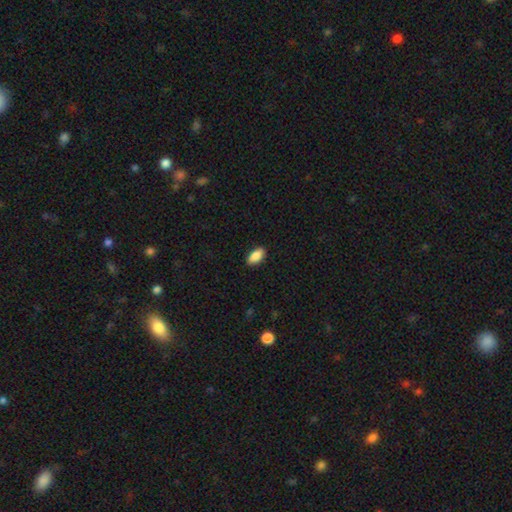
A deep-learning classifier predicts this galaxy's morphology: Q: Smooth or featured?
A: smooth (88%); runner-up: star or artifact (7%)
Q: How rounded?
A: in between (91%); runner-up: cigar-shaped (6%)
Q: Merging?
A: none (88%); runner-up: minor disturbance (10%)